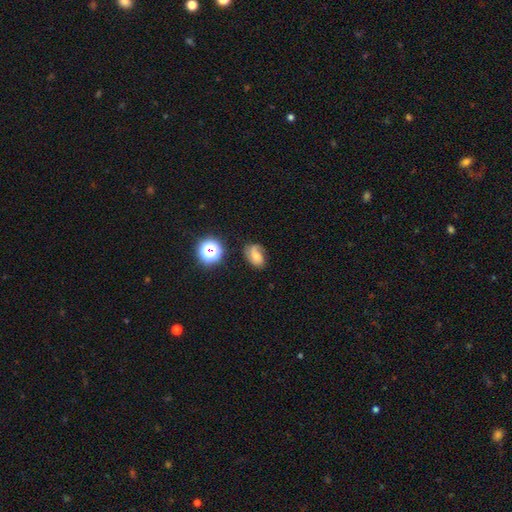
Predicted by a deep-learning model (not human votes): A smooth galaxy with no disk features (49%).

Vote fractions:
- Smooth or featured? smooth: 49% / featured or disk: 36% / star or artifact: 15%
- Merging? none: 58% / minor disturbance: 27% / major disturbance: 12% / merger: 3%